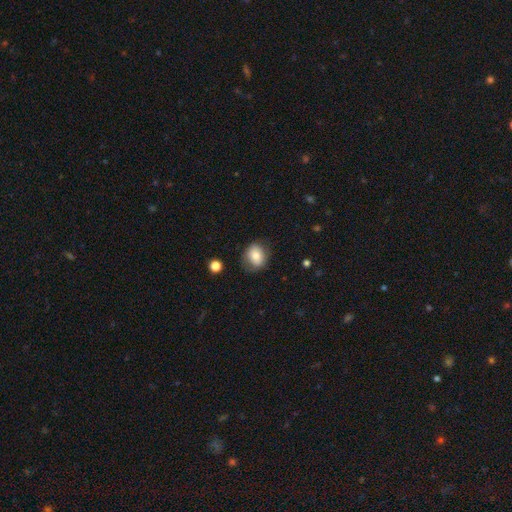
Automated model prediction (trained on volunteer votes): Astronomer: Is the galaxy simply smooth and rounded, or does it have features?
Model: smooth — 75%.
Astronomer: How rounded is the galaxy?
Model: round — 54% (runner-up: in between, 45%).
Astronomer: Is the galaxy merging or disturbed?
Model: none — 72%.